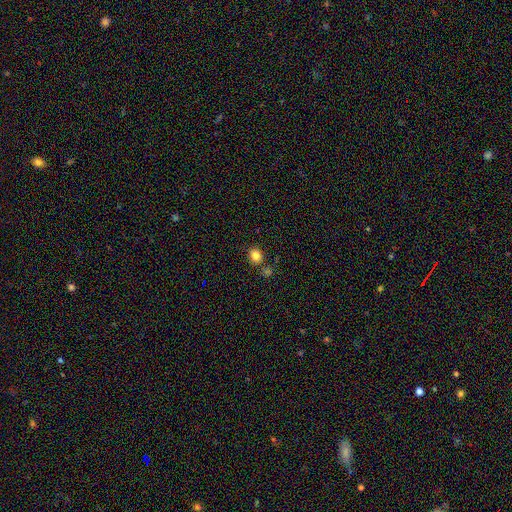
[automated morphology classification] smooth_or_featured: smooth (p=0.83) [alt: star or artifact p=0.12]
how_rounded: round (p=0.69) [alt: in between p=0.30]
merging: none (p=0.77) [alt: minor disturbance p=0.10]